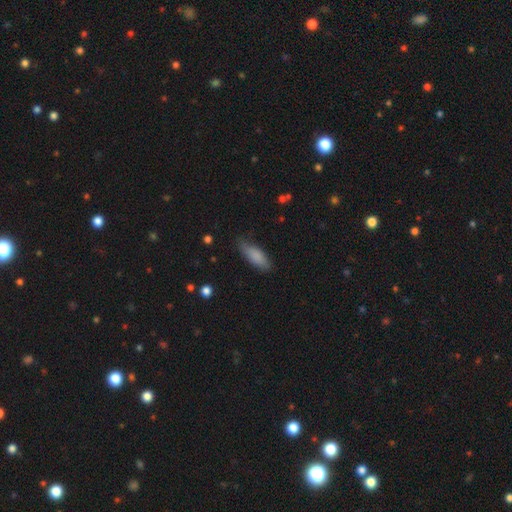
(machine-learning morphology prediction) Overall: smooth (84%). How rounded: in between (67%; cigar-shaped 31%). Merging: none (71%).